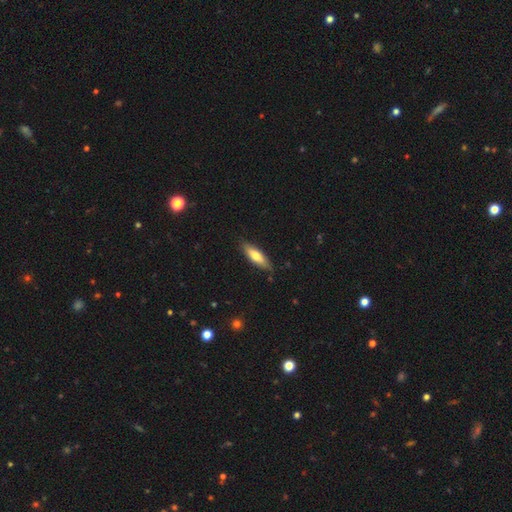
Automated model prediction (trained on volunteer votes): Smooth or featured? smooth (66%)
How rounded? cigar-shaped (54%)
Merging? none (85%)